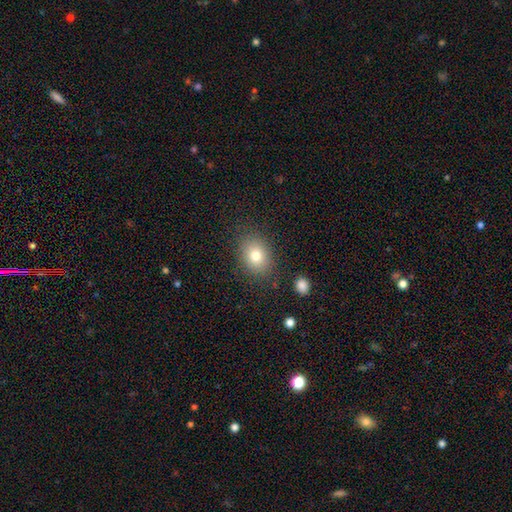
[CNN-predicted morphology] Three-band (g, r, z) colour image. It shows a smooth galaxy with no disk features (79%) that is in between round and cigar-shaped (57%). Merging: none (83%).